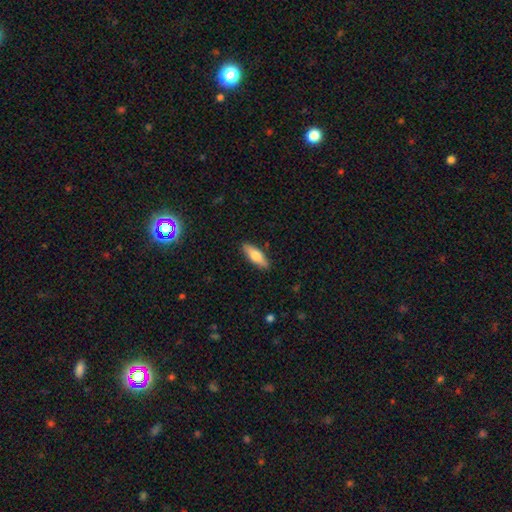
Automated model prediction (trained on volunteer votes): Morphology: type=smooth (67%); roundness=in between (59%); merging=none (89%).